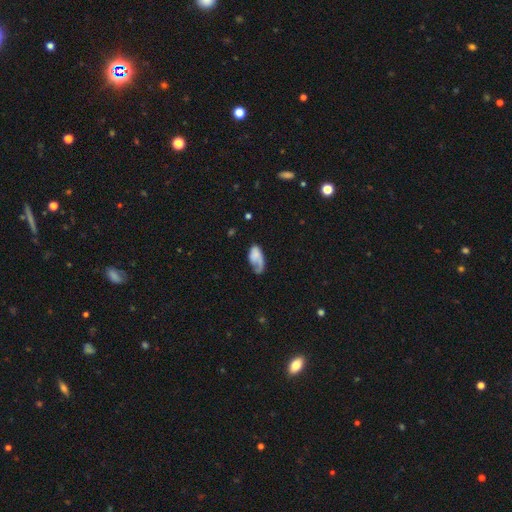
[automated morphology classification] Smooth or featured: smooth — 56% (featured or disk — 36%)
How rounded: in between — 92% (round — 4%)
Merging: none — 34% (major disturbance — 33%)